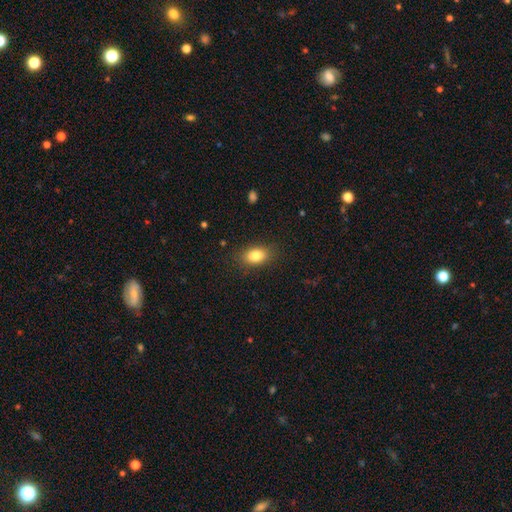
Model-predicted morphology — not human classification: The model was most divided on "how rounded": in between: 85%, round: 12%, cigar-shaped: 3%. More confident: merging — none (85%); smooth or featured — smooth (83%).